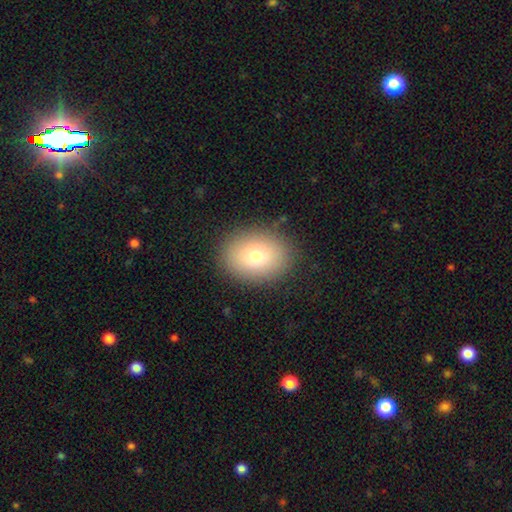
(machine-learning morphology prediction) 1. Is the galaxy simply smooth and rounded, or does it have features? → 76% smooth, 13% featured or disk, 11% star or artifact.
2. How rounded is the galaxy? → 59% in between, 40% round, 1% cigar-shaped.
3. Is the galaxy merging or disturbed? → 87% none, 9% minor disturbance, 3% major disturbance, 1% merger.